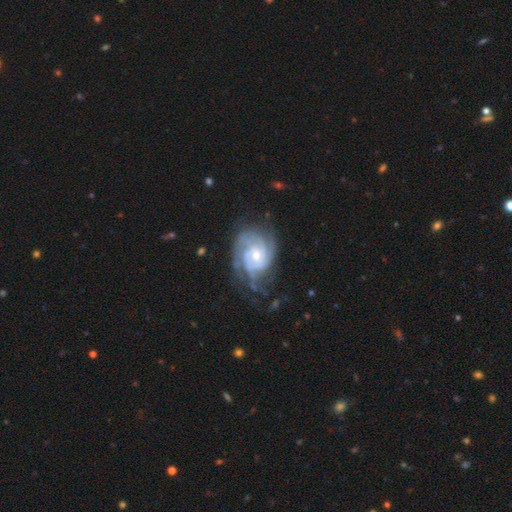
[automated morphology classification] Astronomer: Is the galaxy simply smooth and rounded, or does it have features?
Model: featured or disk — 86%.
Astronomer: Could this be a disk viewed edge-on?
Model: no — 98%.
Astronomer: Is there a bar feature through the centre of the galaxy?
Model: no — 62%.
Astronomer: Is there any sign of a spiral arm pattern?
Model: yes — 96%.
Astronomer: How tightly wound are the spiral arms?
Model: tight — 64%.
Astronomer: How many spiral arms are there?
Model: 2 — 29%, tied with can't tell at 29%.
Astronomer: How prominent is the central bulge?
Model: small — 49% (runner-up: moderate, 44%).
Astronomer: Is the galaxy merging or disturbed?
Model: none — 58%.